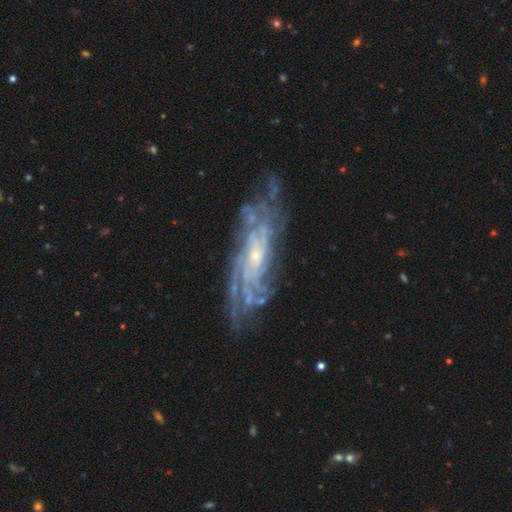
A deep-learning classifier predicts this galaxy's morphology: A featured or disk galaxy (86%) with no bar (70%), tight (66%) spiral arms (93%) and a small central bulge (76%).

Vote fractions:
- Smooth or featured? featured or disk: 86% / smooth: 8% / star or artifact: 7%
- Edge-on disk? no: 87% / yes: 13%
- Bar? no: 70% / weak: 23% / strong: 7%
- Spiral arms? yes: 93% / no: 7%
- Spiral winding? tight: 66% / medium: 27% / loose: 7%
- Spiral arm count? can't tell: 45% / 4: 16% / more than 4: 16% / 3: 9% / 2: 8% / 1: 5%
- Bulge size? small: 76% / moderate: 19% / none: 3% / large: 1% / dominant: 1%
- Merging? none: 69% / minor disturbance: 20% / major disturbance: 9% / merger: 2%